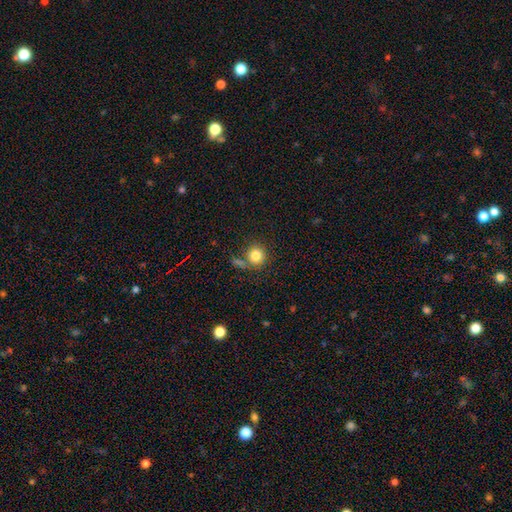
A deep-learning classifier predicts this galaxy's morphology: This appears to be a smooth galaxy with no disk features (82%) that is round (91%). Merging: none (72%).